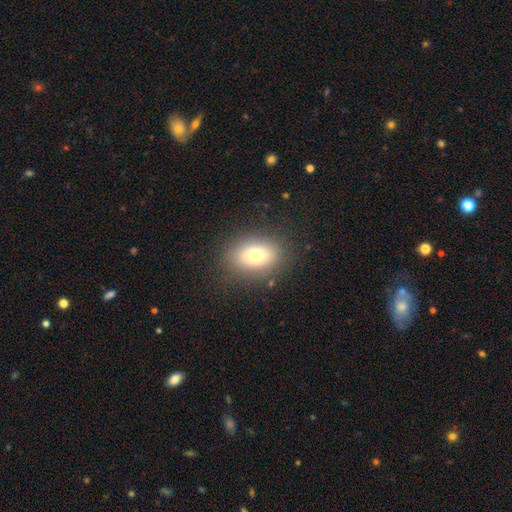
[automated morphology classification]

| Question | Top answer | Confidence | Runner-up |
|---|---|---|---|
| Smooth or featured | smooth | 75% | featured or disk (14%) |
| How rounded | in between | 69% | round (30%) |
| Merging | none | 84% | minor disturbance (10%) |